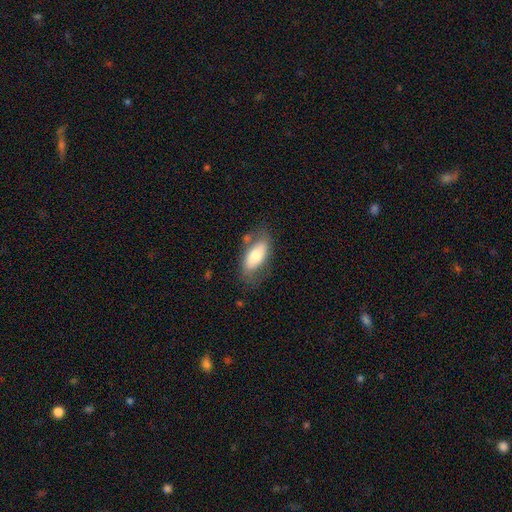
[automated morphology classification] A smooth galaxy with no disk features (67%) that is in between round and cigar-shaped (86%).

Vote fractions:
- Smooth or featured? smooth: 67% / featured or disk: 27% / star or artifact: 6%
- How rounded? in between: 86% / cigar-shaped: 12% / round: 3%
- Merging? none: 62% / minor disturbance: 22% / major disturbance: 9% / merger: 7%